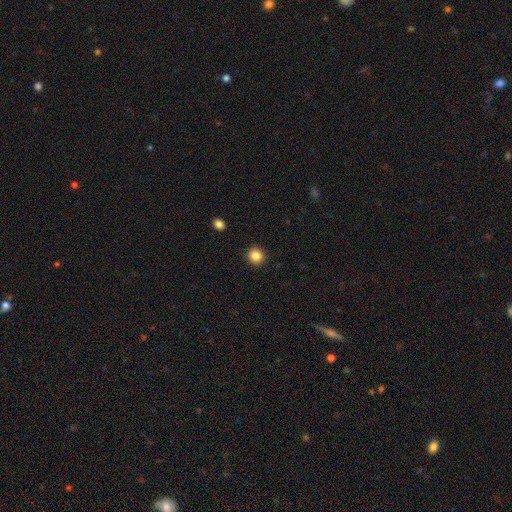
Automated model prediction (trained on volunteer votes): A smooth galaxy with no disk features (86%) that is round (93%).

Vote fractions:
- Smooth or featured? smooth: 86% / star or artifact: 11% / featured or disk: 4%
- How rounded? round: 93% / in between: 6% / cigar-shaped: 1%
- Merging? none: 92% / minor disturbance: 5% / major disturbance: 2% / merger: 1%